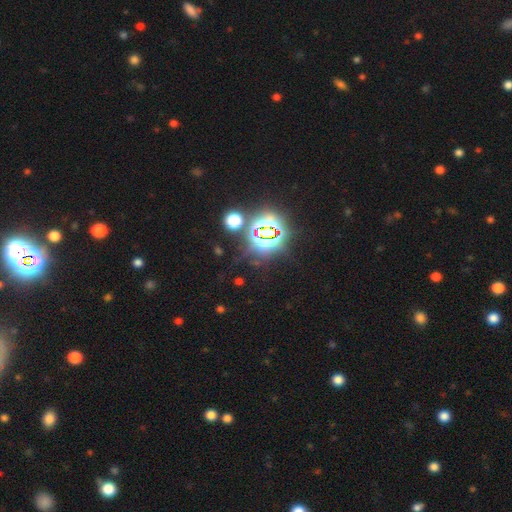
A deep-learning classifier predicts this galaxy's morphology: smooth_or_featured: star or artifact (p=0.82) [alt: smooth p=0.11]